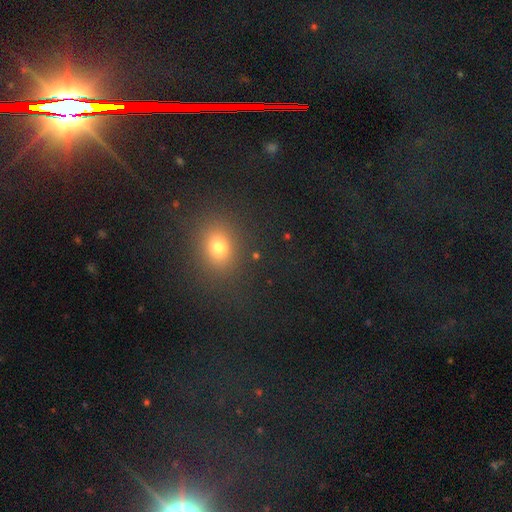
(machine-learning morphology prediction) This appears to be a smooth galaxy with no disk features (68%) that is round (54%). Merging: none (86%).